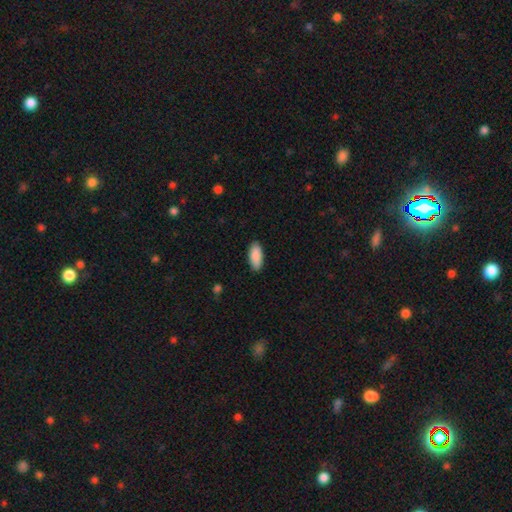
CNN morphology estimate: A smooth galaxy with no disk features (90%) that is in between round and cigar-shaped (86%).

Vote fractions:
- Smooth or featured? smooth: 90% / star or artifact: 6% / featured or disk: 4%
- How rounded? in between: 86% / cigar-shaped: 12% / round: 2%
- Merging? none: 88% / minor disturbance: 9% / major disturbance: 2% / merger: 1%